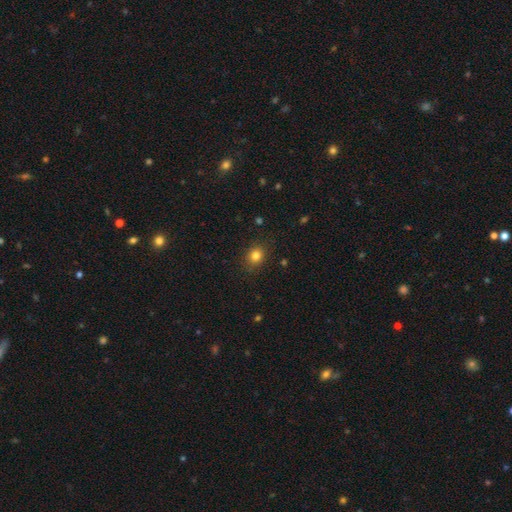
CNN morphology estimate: Q: Smooth or featured?
A: smooth (82%); runner-up: star or artifact (12%)
Q: How rounded?
A: round (63%); runner-up: in between (36%)
Q: Merging?
A: none (86%); runner-up: minor disturbance (10%)